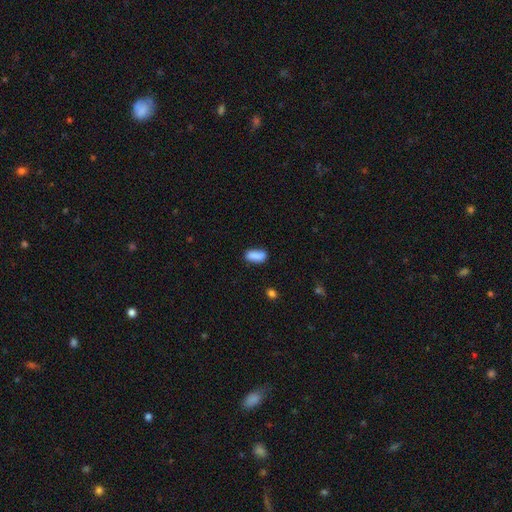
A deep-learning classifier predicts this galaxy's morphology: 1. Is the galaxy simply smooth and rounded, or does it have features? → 86% smooth, 8% star or artifact, 6% featured or disk.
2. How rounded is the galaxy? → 82% in between, 15% cigar-shaped, 3% round.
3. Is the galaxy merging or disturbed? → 72% none, 18% minor disturbance, 5% merger, 4% major disturbance.